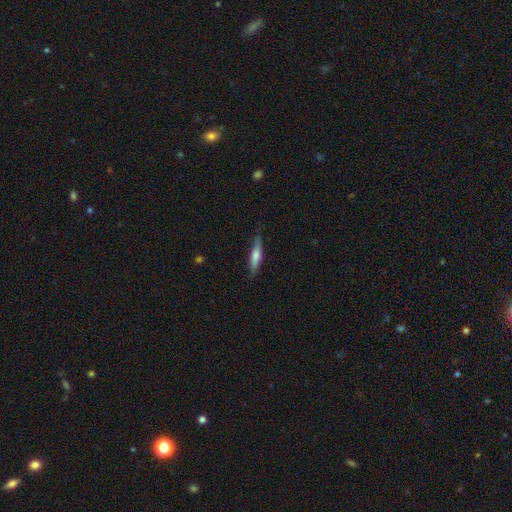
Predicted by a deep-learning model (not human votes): A smooth galaxy with no disk features (64%) that is cigar-shaped (79%). Merging: none (80%).